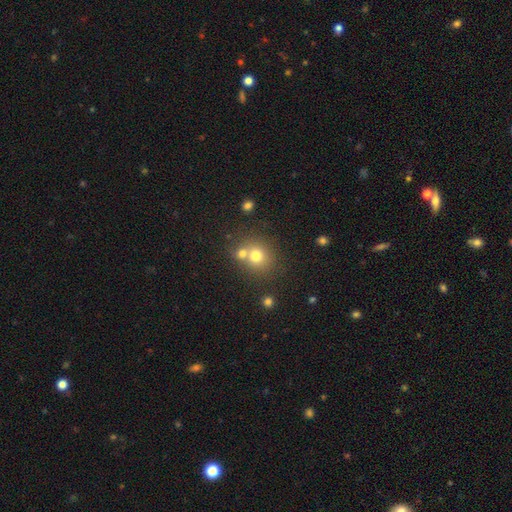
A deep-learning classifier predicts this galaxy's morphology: A smooth galaxy with no disk features (73%) that is round (82%). Merging: none (51%).